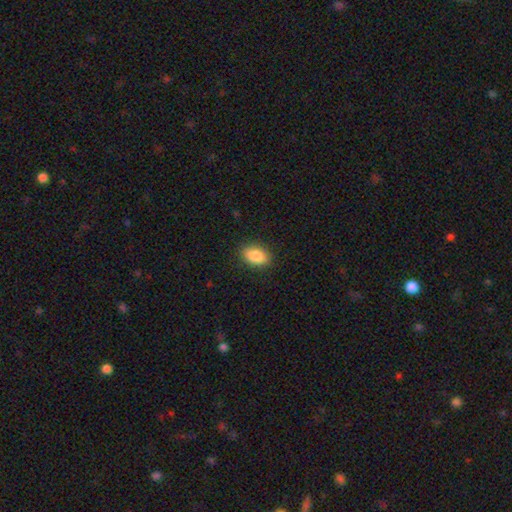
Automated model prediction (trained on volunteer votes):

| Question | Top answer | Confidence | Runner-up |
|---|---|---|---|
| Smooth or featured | smooth | 87% | star or artifact (7%) |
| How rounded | in between | 90% | round (8%) |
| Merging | none | 88% | minor disturbance (9%) |